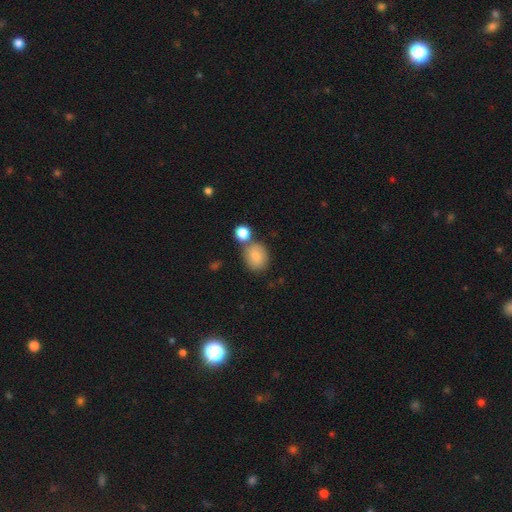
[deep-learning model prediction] smooth-or-featured: smooth: 82% | featured or disk: 10% | star or artifact: 8%
  how-rounded: round: 58% | in between: 41% | cigar-shaped: 1%
  merging: none: 54% | merger: 28% | minor disturbance: 14% | major disturbance: 4%